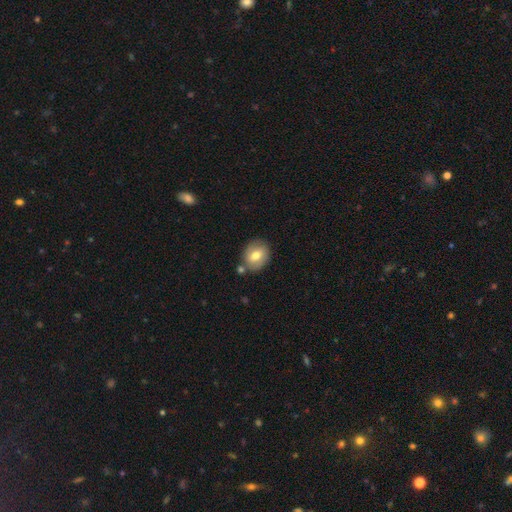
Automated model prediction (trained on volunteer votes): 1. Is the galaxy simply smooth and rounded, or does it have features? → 69% smooth, 24% featured or disk, 8% star or artifact.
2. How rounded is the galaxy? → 60% round, 39% in between, 1% cigar-shaped.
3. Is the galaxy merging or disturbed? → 72% none, 14% minor disturbance, 10% merger, 3% major disturbance.